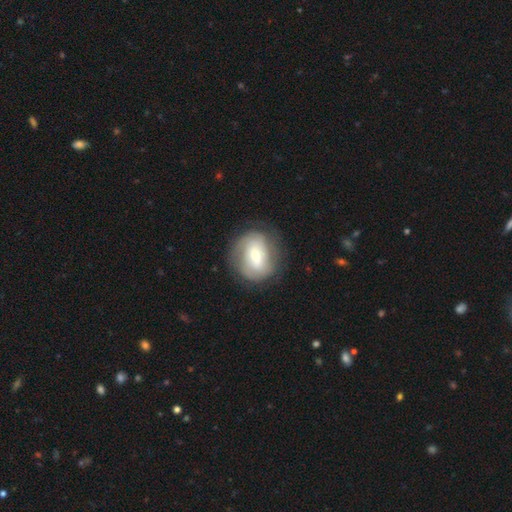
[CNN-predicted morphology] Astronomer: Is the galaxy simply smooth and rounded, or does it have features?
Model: featured or disk — 49% (runner-up: smooth, 44%).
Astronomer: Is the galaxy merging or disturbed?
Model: none — 70%.